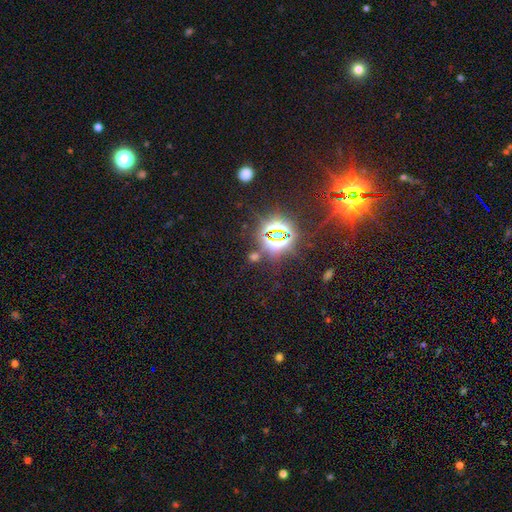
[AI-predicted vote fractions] The model was most divided on "smooth or featured": star or artifact: 80%, smooth: 12%, featured or disk: 8%.